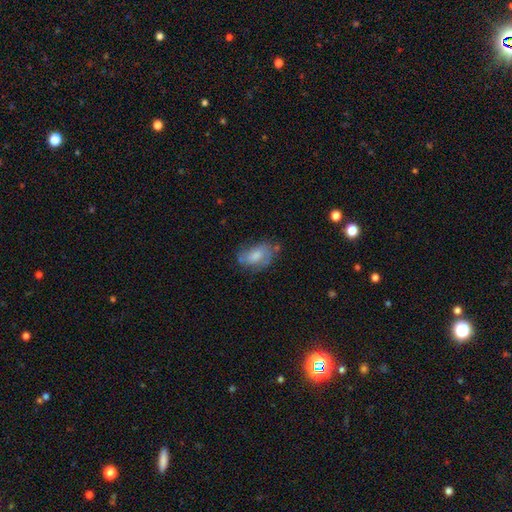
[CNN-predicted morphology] A smooth galaxy with no disk features (59%) that is in between round and cigar-shaped (89%). Merging: none (52%).